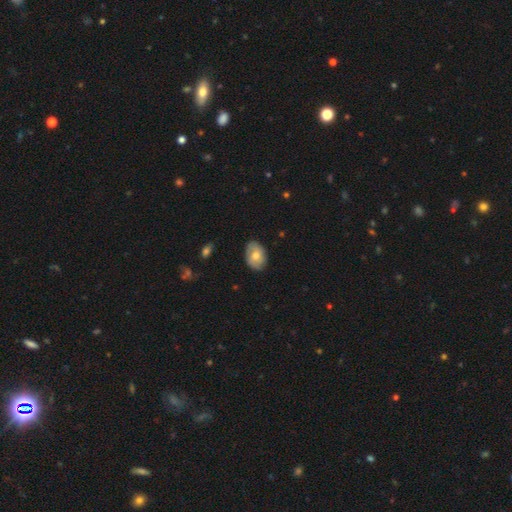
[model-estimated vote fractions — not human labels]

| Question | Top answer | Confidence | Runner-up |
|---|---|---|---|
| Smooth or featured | smooth | 65% | featured or disk (28%) |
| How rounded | in between | 81% | round (17%) |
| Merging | none | 80% | minor disturbance (16%) |